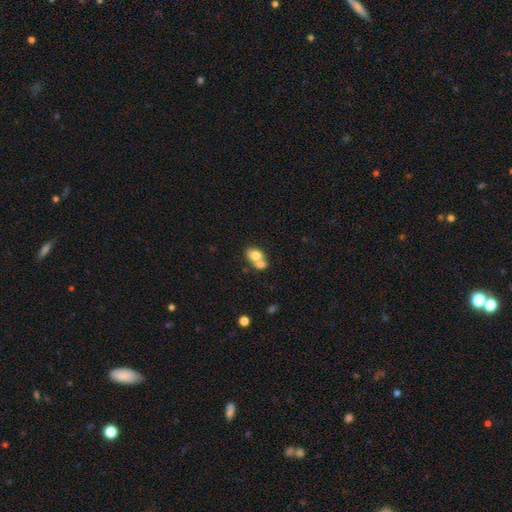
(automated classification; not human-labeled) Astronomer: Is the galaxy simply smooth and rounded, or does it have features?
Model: smooth — 75%.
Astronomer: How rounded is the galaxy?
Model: in between — 72%.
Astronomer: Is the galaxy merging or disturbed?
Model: merger — 61%.